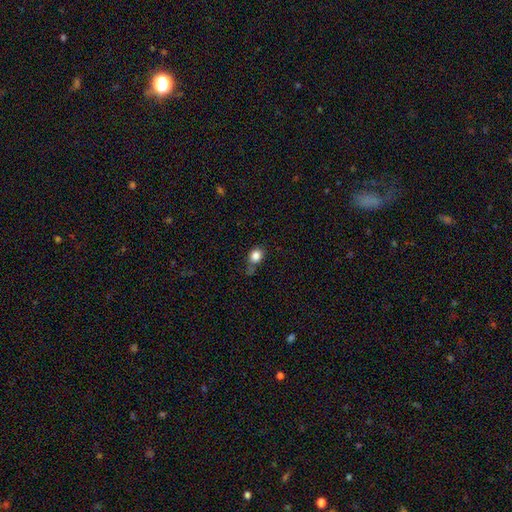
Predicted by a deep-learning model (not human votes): Smooth or featured? smooth (84%)
How rounded? round (65%)
Merging? none (55%)